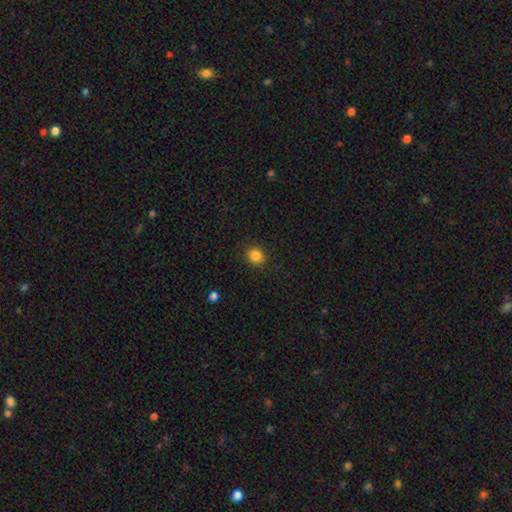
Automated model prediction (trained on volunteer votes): This appears to be a smooth galaxy with no disk features (85%) that is round (80%). Merging: none (89%).